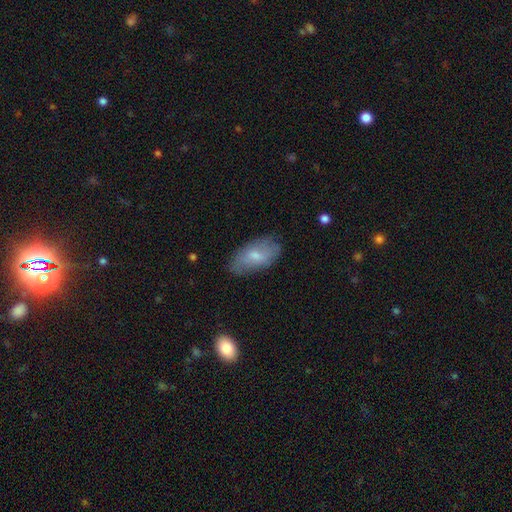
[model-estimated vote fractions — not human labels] This appears to be a smooth galaxy with no disk features (67%) that is in between round and cigar-shaped (93%). Merging: none (75%).